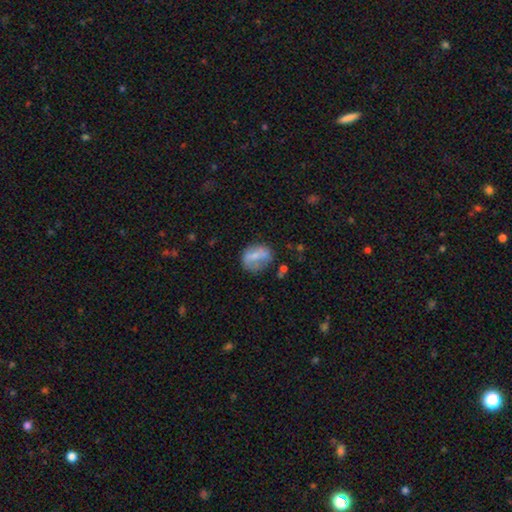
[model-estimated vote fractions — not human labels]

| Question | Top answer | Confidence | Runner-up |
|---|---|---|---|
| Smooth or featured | smooth | 62% | featured or disk (29%) |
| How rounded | round | 51% | in between (47%) |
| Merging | none | 52% | minor disturbance (26%) |